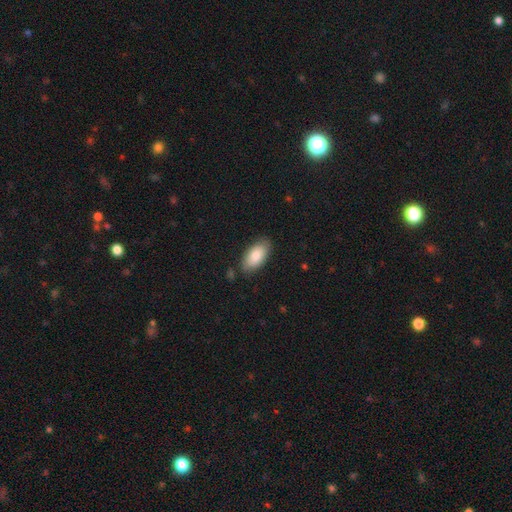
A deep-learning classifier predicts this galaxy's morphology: Smooth or featured? smooth (83%)
How rounded? in between (94%)
Merging? none (81%)